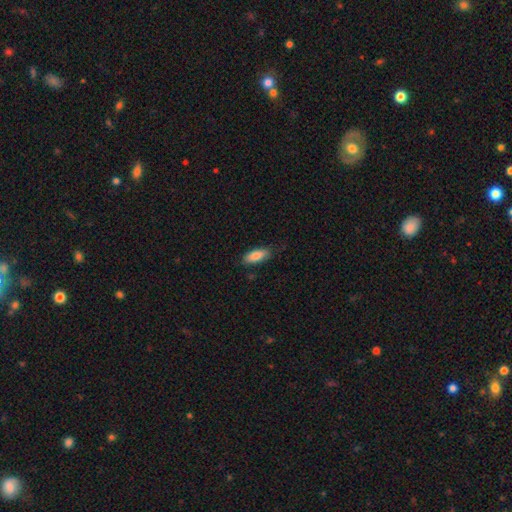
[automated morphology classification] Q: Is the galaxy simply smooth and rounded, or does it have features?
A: smooth — 85%.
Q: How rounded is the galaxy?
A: in between — 72%.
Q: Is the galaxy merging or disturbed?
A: none — 79%.